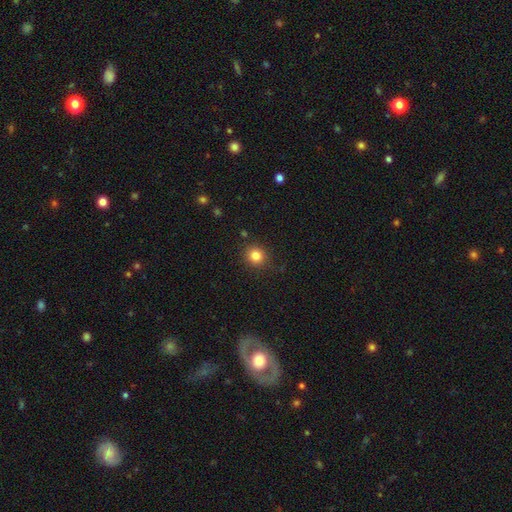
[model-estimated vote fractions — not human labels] smooth 83%, star or artifact 12%, featured or disk 5%. Down the decision tree: how rounded — round (88%); merging — none (88%).